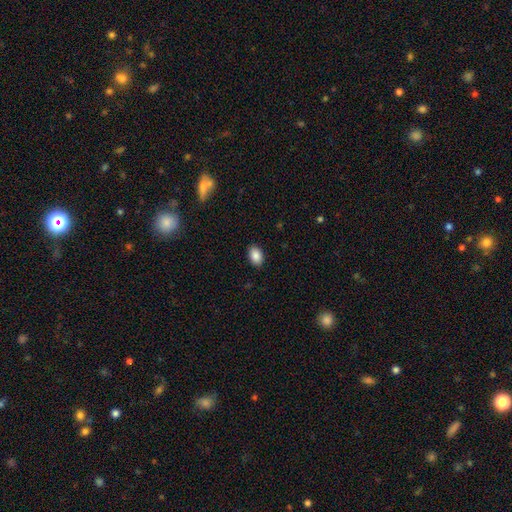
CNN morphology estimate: This is clearly a smooth galaxy (88%). How rounded: clearly in between (86%). Merging: clearly none (89%).